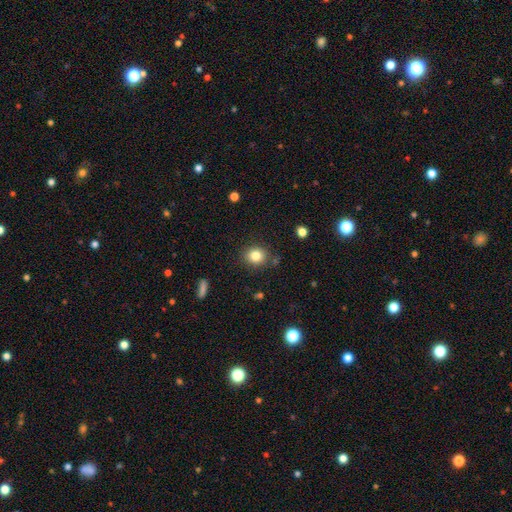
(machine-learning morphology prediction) The model was most divided on "how rounded": round: 77%, in between: 22%, cigar-shaped: 1%. More confident: merging — none (84%); smooth or featured — smooth (82%).